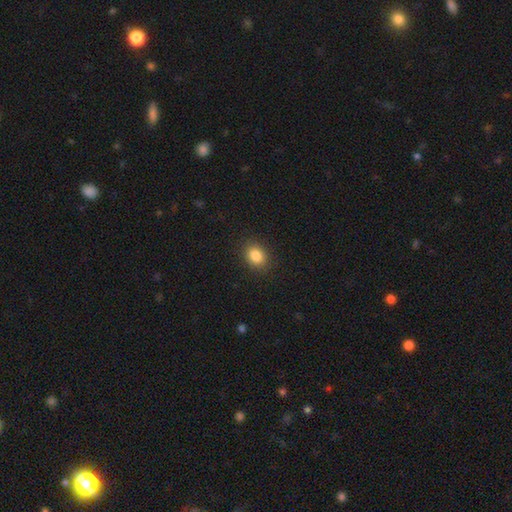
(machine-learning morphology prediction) A smooth galaxy with no disk features (85%) that is in between round and cigar-shaped (54%). Merging: none (89%).